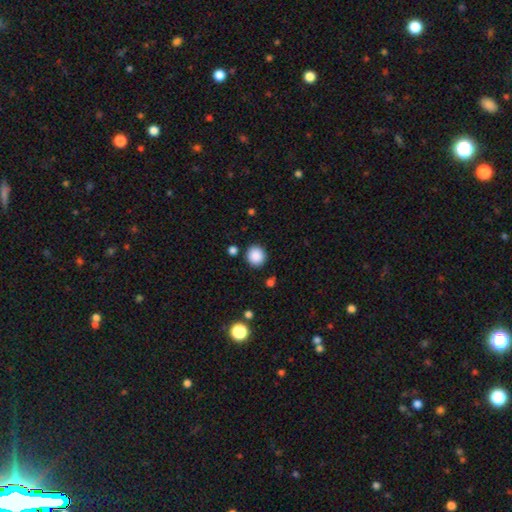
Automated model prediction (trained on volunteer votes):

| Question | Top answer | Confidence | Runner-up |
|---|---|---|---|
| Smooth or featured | smooth | 88% | star or artifact (9%) |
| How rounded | round | 87% | in between (12%) |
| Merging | none | 88% | minor disturbance (7%) |